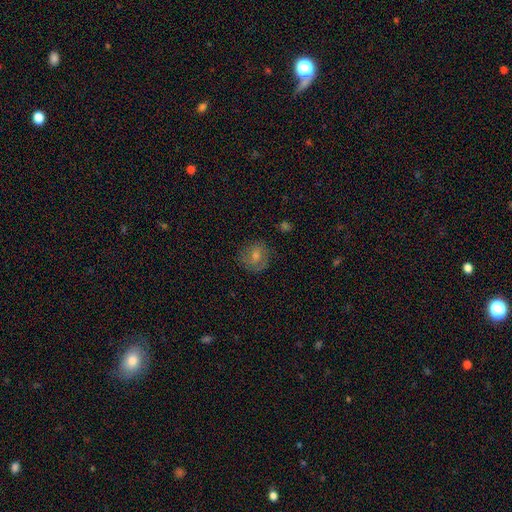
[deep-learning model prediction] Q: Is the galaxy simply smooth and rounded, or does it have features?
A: smooth — 63%.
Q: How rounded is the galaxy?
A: round — 80%.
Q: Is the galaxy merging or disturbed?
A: none — 75%.